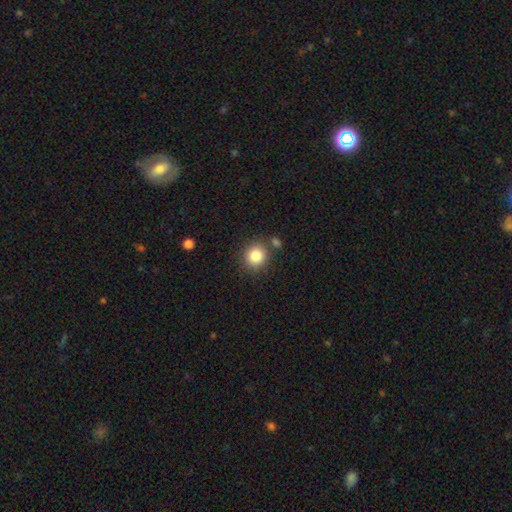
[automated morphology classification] smooth 84%, star or artifact 10%, featured or disk 6%. Down the decision tree: how rounded — round (88%); merging — none (79%).